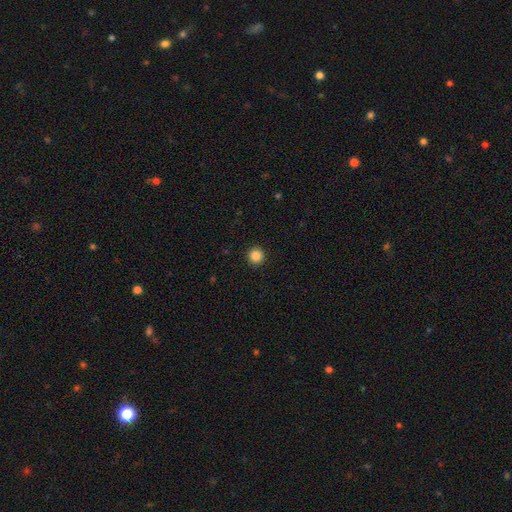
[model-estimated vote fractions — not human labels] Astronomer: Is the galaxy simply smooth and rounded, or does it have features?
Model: smooth — 87%.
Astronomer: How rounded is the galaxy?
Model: round — 95%.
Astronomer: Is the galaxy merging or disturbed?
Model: none — 93%.